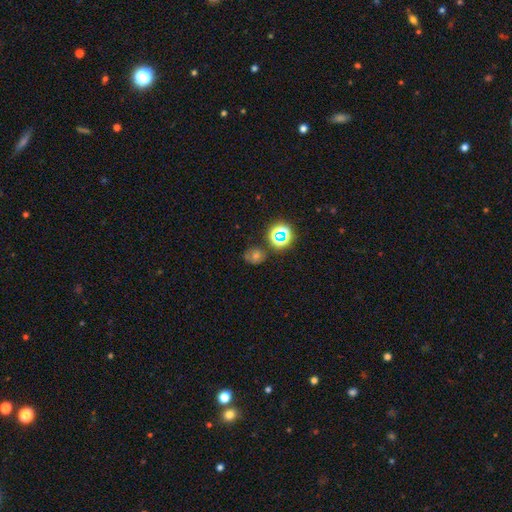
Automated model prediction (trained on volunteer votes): This is marginally a star or artifact rather than a galaxy (44%).